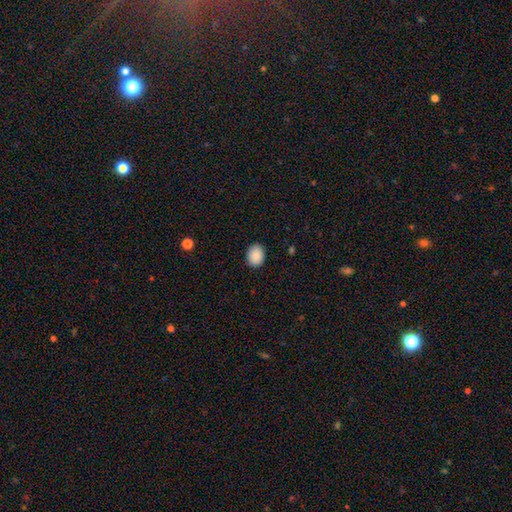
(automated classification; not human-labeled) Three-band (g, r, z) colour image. It shows a smooth galaxy with no disk features (90%) that is in between round and cigar-shaped (55%). Merging: none (89%).